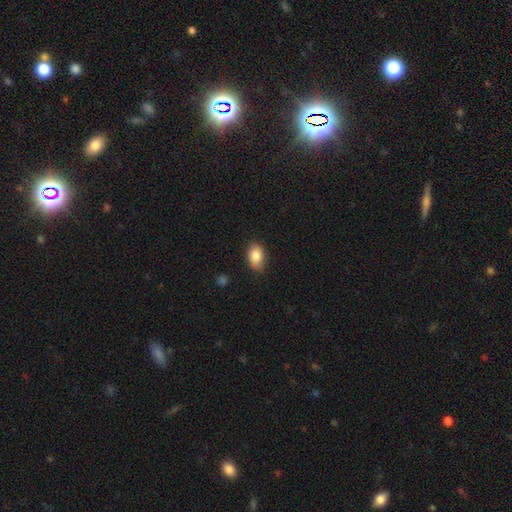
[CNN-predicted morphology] smooth-or-featured: smooth: 86% | star or artifact: 8% | featured or disk: 6%
  how-rounded: in between: 85% | round: 14% | cigar-shaped: 1%
  merging: none: 79% | minor disturbance: 17% | major disturbance: 3% | merger: 1%